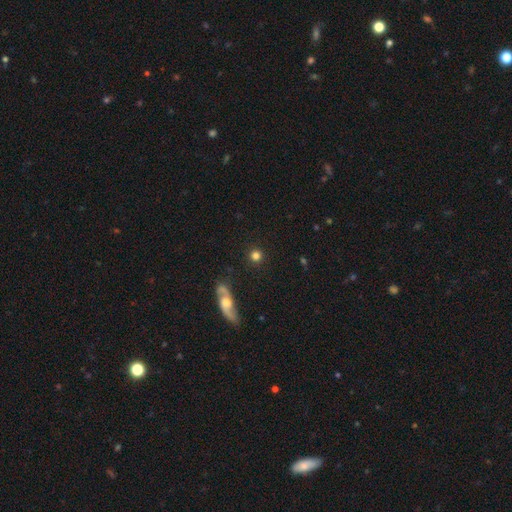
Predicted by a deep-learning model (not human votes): The model was most divided on "smooth or featured": smooth: 79%, star or artifact: 11%, featured or disk: 10%. More confident: how rounded — round (94%); merging — none (89%).